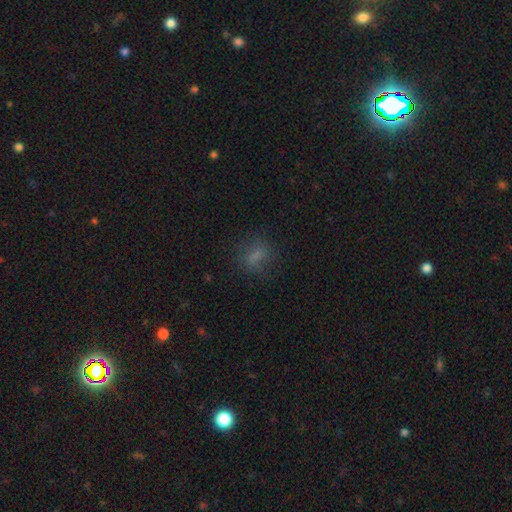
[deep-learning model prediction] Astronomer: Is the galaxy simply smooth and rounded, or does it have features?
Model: smooth — 70%.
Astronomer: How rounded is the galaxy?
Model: in between — 57% (runner-up: round, 37%).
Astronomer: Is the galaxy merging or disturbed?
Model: none — 73%.